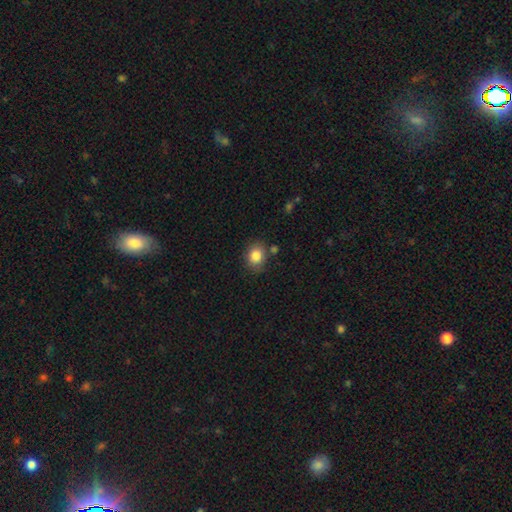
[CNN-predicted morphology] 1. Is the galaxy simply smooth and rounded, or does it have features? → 84% smooth, 9% star or artifact, 7% featured or disk.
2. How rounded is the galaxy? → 61% round, 38% in between, 1% cigar-shaped.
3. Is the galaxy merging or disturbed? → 80% none, 12% minor disturbance, 5% merger, 3% major disturbance.